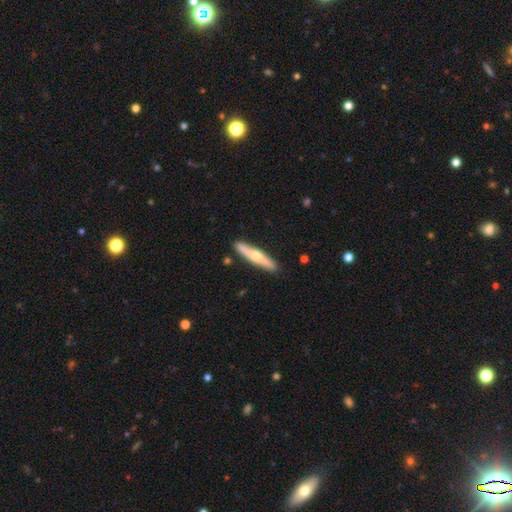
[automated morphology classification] Smooth or featured: featured or disk — 53% (smooth — 42%)
Edge-on disk: yes — 91% (no — 9%)
Merging: none — 88% (minor disturbance — 9%)